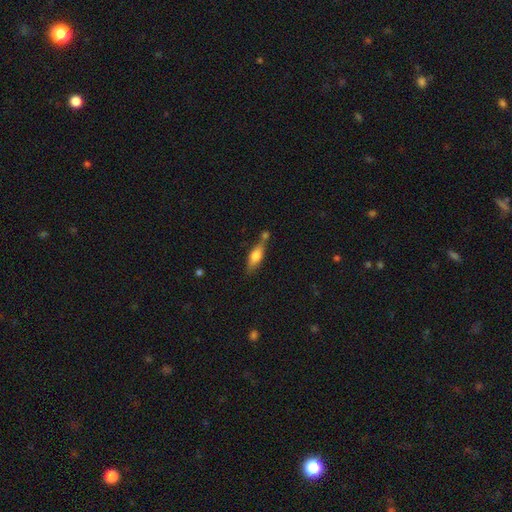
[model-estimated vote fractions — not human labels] smooth-or-featured: smooth: 60% | featured or disk: 33% | star or artifact: 7%
  how-rounded: in between: 48% (tied) | cigar-shaped: 48% (tied) | round: 3%
  merging: none: 54% | merger: 23% | minor disturbance: 18% | major disturbance: 5%